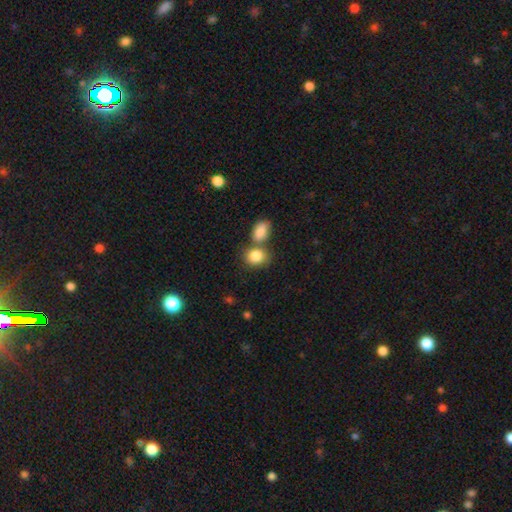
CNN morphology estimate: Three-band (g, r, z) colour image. It shows a smooth galaxy with no disk features (85%) that is round (51%). Merging: none (47%).